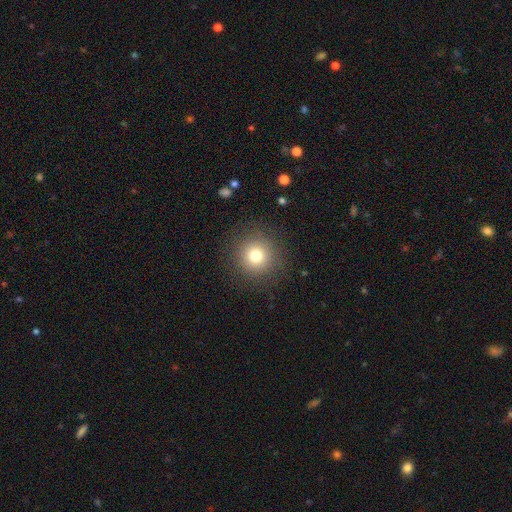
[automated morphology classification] The model was most divided on "smooth or featured": smooth: 77%, star or artifact: 14%, featured or disk: 9%. More confident: how rounded — round (95%); merging — none (88%).